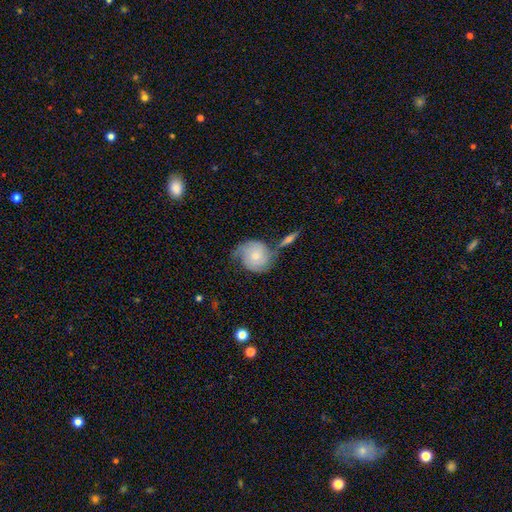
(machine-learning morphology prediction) Q: Smooth or featured?
A: featured or disk (51%); runner-up: smooth (43%)
Q: Edge-on disk?
A: no (95%); runner-up: yes (5%)
Q: Merging?
A: none (50%); runner-up: minor disturbance (25%)